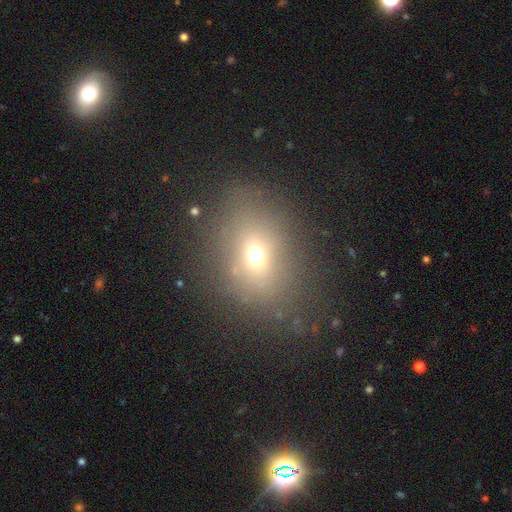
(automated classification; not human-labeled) A smooth galaxy with no disk features (65%) that is in between round and cigar-shaped (54%). Merging: none (78%).